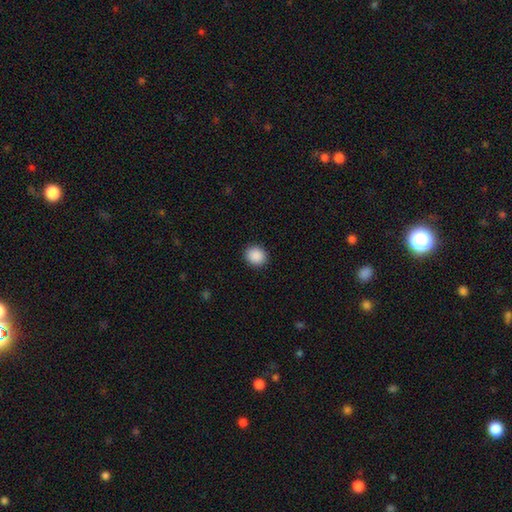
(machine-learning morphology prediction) type=smooth (90%); roundness=round (80%); merging=none (91%).